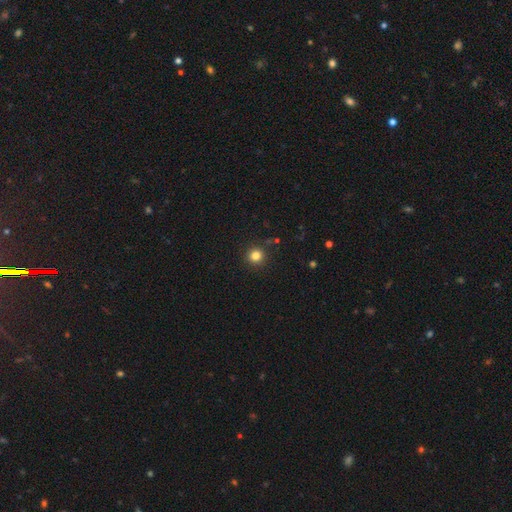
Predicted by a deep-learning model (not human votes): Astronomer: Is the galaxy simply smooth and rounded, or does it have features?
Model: smooth — 82%.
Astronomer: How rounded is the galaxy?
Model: round — 94%.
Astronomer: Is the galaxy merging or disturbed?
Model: none — 90%.